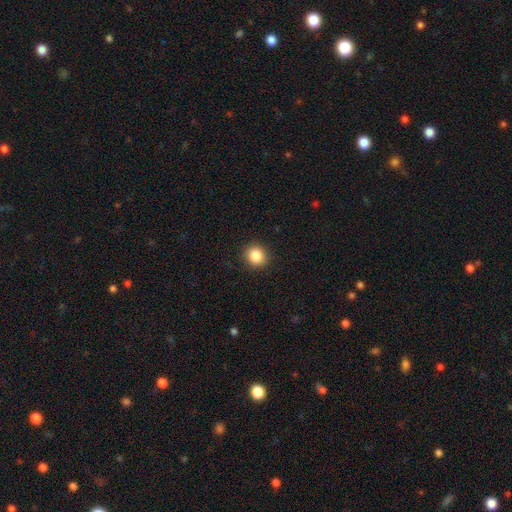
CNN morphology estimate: This appears to be a smooth galaxy with no disk features (86%) that is round (85%). Merging: none (91%).